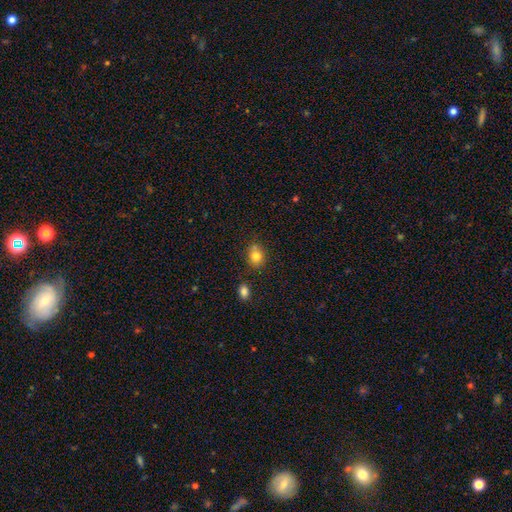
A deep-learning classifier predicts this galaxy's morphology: A smooth galaxy with no disk features (80%) that is round (70%).

Vote fractions:
- Smooth or featured? smooth: 80% / star or artifact: 11% / featured or disk: 8%
- How rounded? round: 70% / in between: 29% / cigar-shaped: 1%
- Merging? none: 67% / minor disturbance: 15% / merger: 15% / major disturbance: 4%